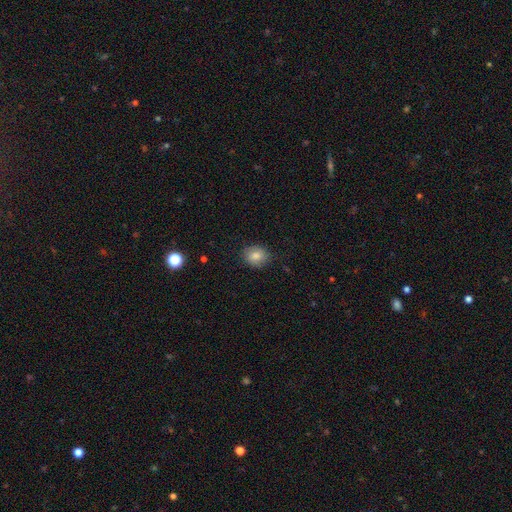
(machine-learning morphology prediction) Smooth or featured? Predicted: smooth (p=0.79). How rounded? Predicted: round (p=0.60). Merging? Predicted: none (p=0.79).